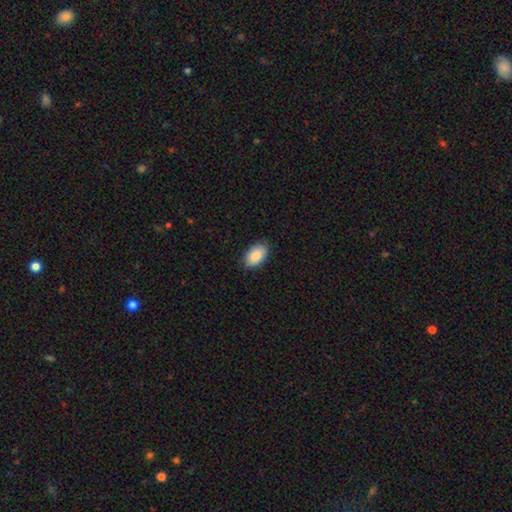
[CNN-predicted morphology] This appears to be a smooth galaxy with no disk features (89%) that is in between round and cigar-shaped (94%). Merging: none (86%).